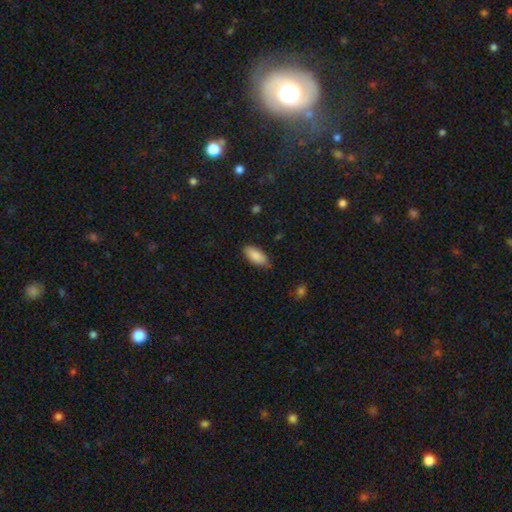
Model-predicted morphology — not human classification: Smooth or featured? smooth (87%)
How rounded? in between (87%)
Merging? none (79%)